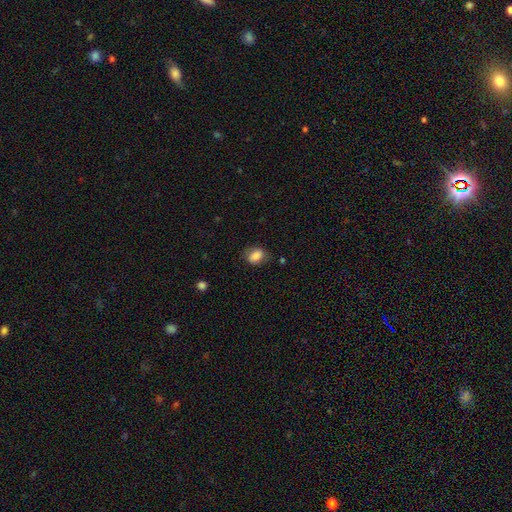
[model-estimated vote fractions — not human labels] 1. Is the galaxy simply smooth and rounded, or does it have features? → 81% smooth, 11% featured or disk, 9% star or artifact.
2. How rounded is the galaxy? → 70% in between, 29% round, 1% cigar-shaped.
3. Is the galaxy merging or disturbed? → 71% none, 20% minor disturbance, 7% major disturbance, 2% merger.